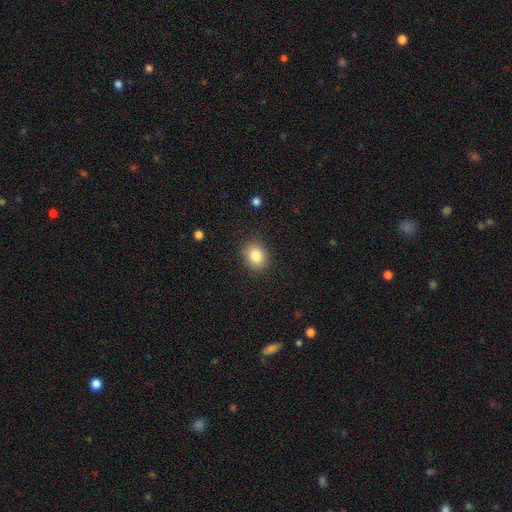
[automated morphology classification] smooth-or-featured: smooth: 84% | star or artifact: 9% | featured or disk: 7%
  how-rounded: round: 51% | in between: 49% | cigar-shaped: 1%
  merging: none: 86% | minor disturbance: 10% | major disturbance: 3% | merger: 1%